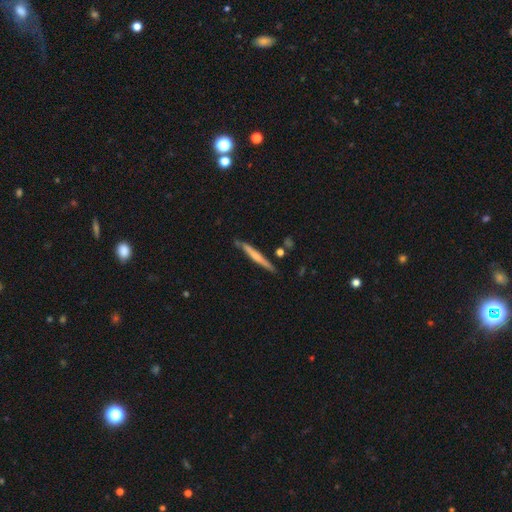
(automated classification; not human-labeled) Smooth or featured? Predicted: smooth (p=0.50). How rounded? Predicted: cigar-shaped (p=0.96). Merging? Predicted: none (p=0.82).